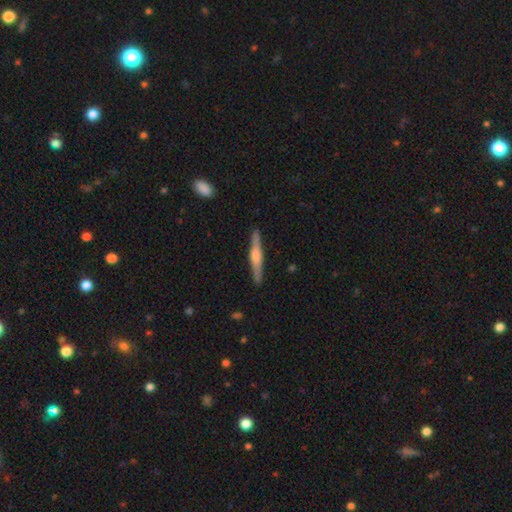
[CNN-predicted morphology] Q: Smooth or featured?
A: featured or disk (62%); runner-up: smooth (33%)
Q: Edge-on disk?
A: yes (97%); runner-up: no (3%)
Q: Edge-on bulge?
A: rounded (71%); runner-up: boxy (19%)
Q: Merging?
A: none (90%); runner-up: minor disturbance (8%)